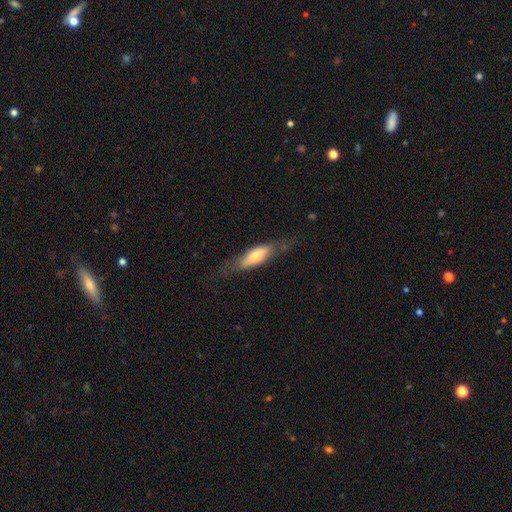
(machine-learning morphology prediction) type=smooth (55%); roundness=in between (50%); merging=none (64%).